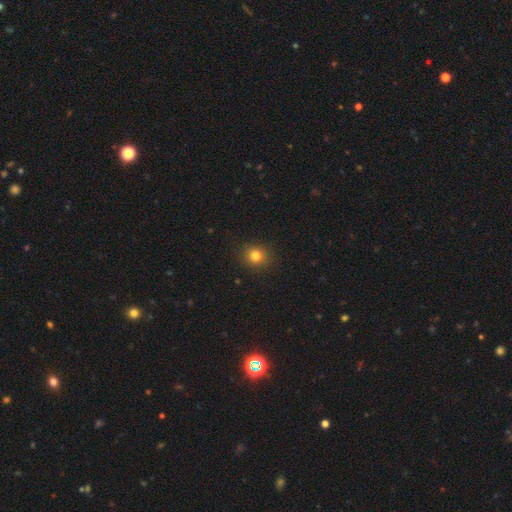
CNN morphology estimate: smooth-or-featured: smooth: 81% | star or artifact: 13% | featured or disk: 6%
  how-rounded: round: 86% | in between: 13% | cigar-shaped: 1%
  merging: none: 90% | minor disturbance: 7% | major disturbance: 2% | merger: 1%